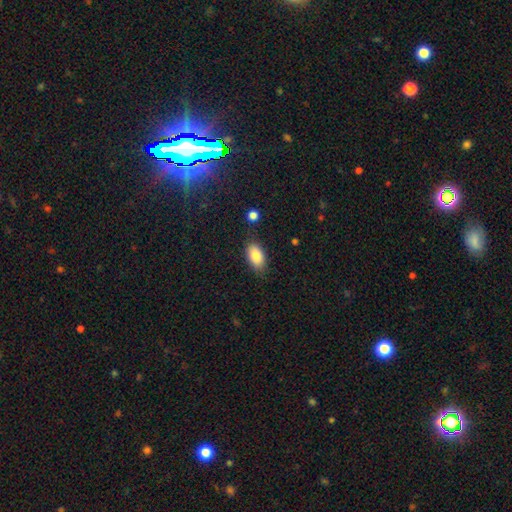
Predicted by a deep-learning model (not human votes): This appears to be a smooth galaxy with no disk features (86%) that is in between round and cigar-shaped (92%). Merging: none (81%).